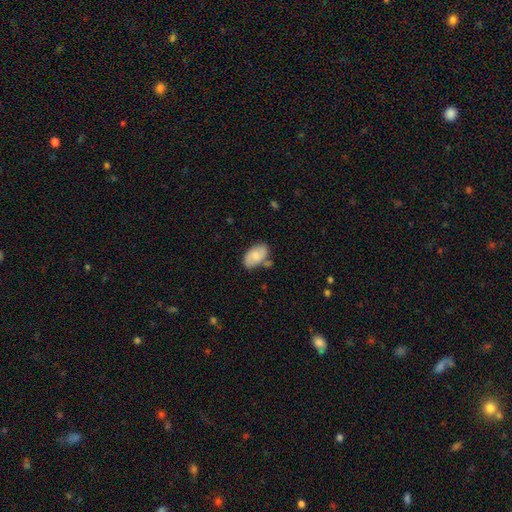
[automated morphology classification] Overall: smooth (66%; featured or disk 27%). How rounded: in between (93%). Merging: none (63%).